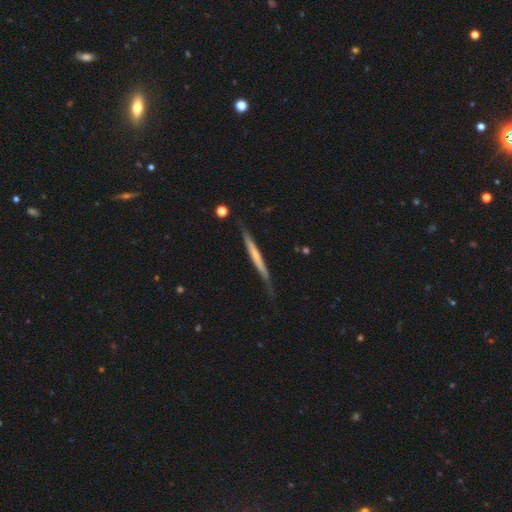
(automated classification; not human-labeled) The model was most divided on "smooth or featured": featured or disk: 53%, smooth: 41%, star or artifact: 5%. More confident: edge-on disk — yes (95%); merging — none (74%); edge-on bulge — none (67%).